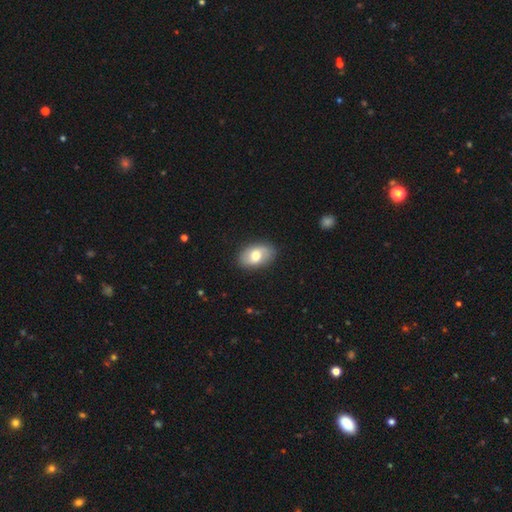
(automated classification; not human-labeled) This appears to be a smooth galaxy with no disk features (64%) that is in between round and cigar-shaped (88%). Merging: none (85%).